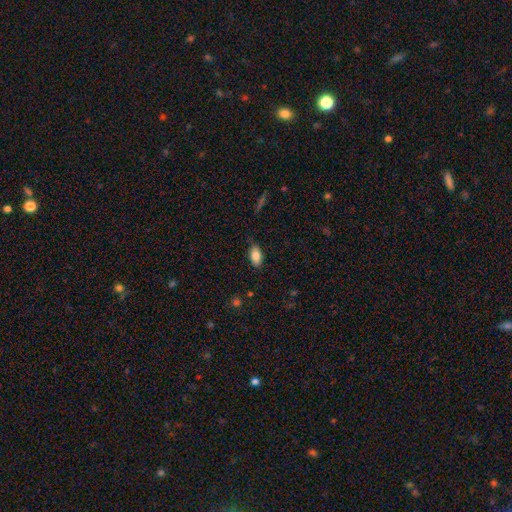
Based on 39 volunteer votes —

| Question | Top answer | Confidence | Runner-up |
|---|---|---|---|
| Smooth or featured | smooth | 82% | featured or disk (10%) |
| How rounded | in between | 84% | round (9%) |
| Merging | none | 78% | minor disturbance (19%) |